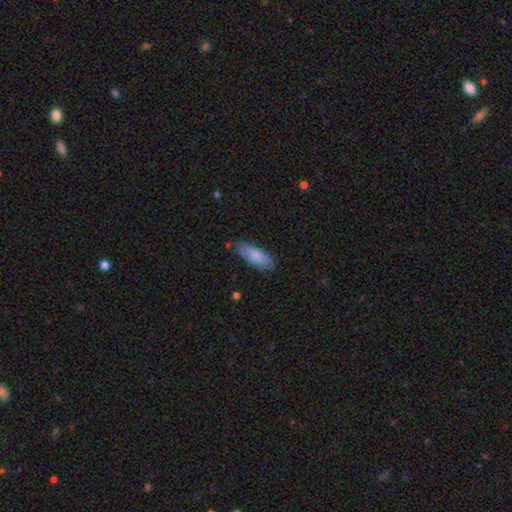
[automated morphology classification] A smooth galaxy with no disk features (79%) that is in between round and cigar-shaped (73%).

Vote fractions:
- Smooth or featured? smooth: 79% / featured or disk: 15% / star or artifact: 6%
- How rounded? in between: 73% / cigar-shaped: 26% / round: 2%
- Merging? none: 72% / minor disturbance: 21% / major disturbance: 4% / merger: 2%